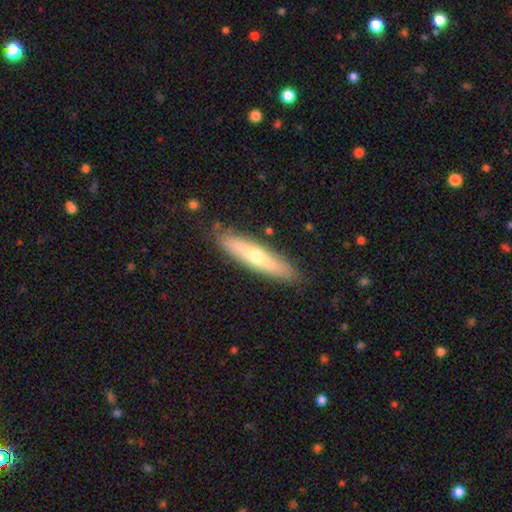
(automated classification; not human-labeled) smooth-or-featured: featured or disk: 48% | smooth: 46% | star or artifact: 6%
  merging: none: 86% | minor disturbance: 10% | major disturbance: 2% | merger: 2%